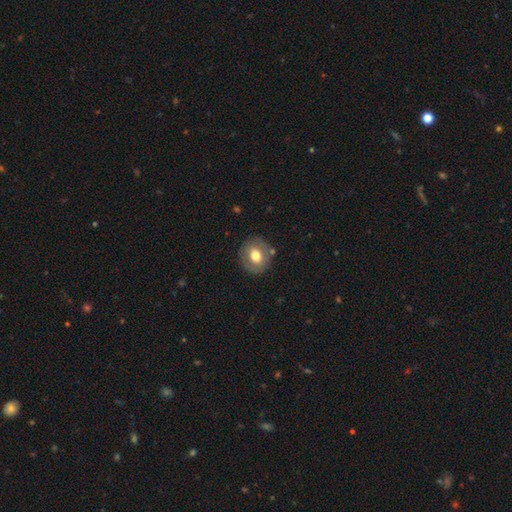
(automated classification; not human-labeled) Smooth or featured? Predicted: smooth (p=0.64). How rounded? Predicted: round (p=0.78). Merging? Predicted: none (p=0.81).